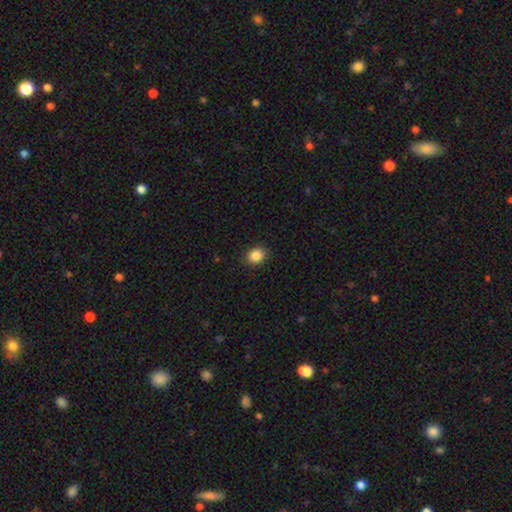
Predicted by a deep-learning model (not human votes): A smooth galaxy with no disk features (87%) that is round (60%). Merging: none (89%).